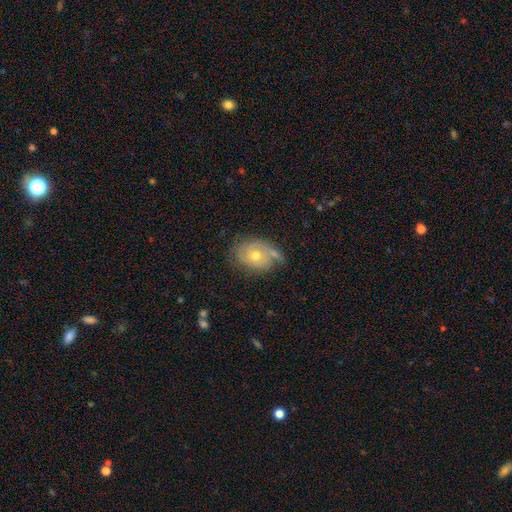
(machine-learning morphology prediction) This appears to be a featured or disk galaxy (62%) with no bar (83%), spiral arms (76%) and a moderate central bulge (63%). Merging: none (55%).